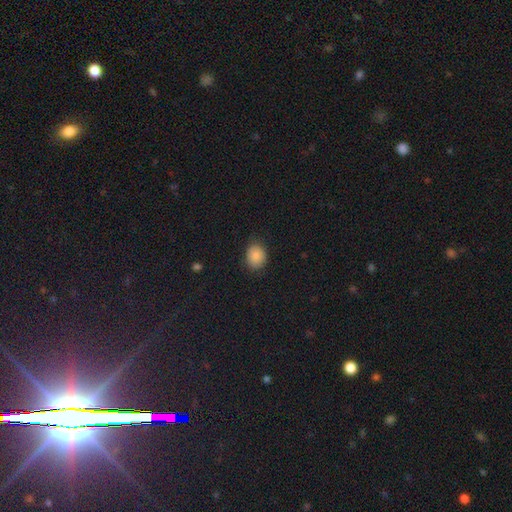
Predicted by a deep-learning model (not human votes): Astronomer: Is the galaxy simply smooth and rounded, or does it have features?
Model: smooth — 86%.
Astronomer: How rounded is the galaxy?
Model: round — 54% (runner-up: in between, 45%).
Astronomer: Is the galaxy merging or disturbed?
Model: none — 80%.